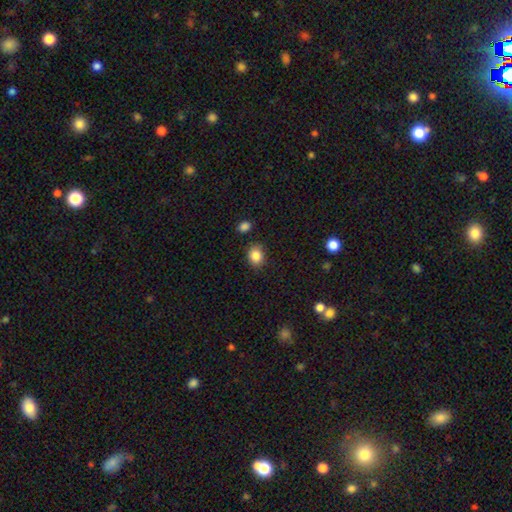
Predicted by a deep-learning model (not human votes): A smooth galaxy with no disk features (85%) that is round (63%). Merging: none (82%).